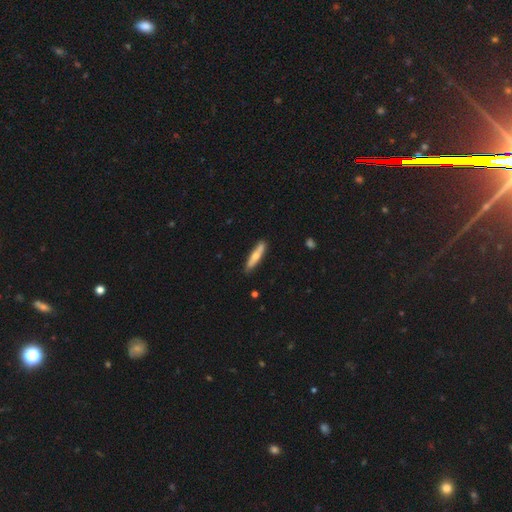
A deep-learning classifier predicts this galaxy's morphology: smooth-or-featured: smooth: 60% | featured or disk: 35% | star or artifact: 5%
  how-rounded: cigar-shaped: 89% | in between: 10% | round: 1%
  merging: none: 84% | minor disturbance: 12% | merger: 3% | major disturbance: 2%